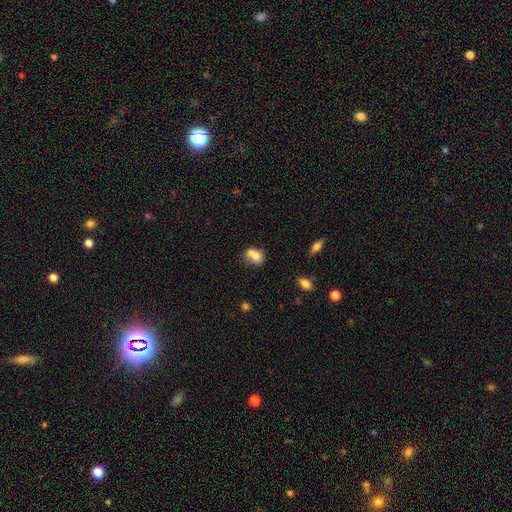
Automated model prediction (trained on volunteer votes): Q: Smooth or featured?
A: smooth (73%); runner-up: featured or disk (18%)
Q: How rounded?
A: round (50%); runner-up: in between (49%)
Q: Merging?
A: merger (47%); runner-up: none (32%)